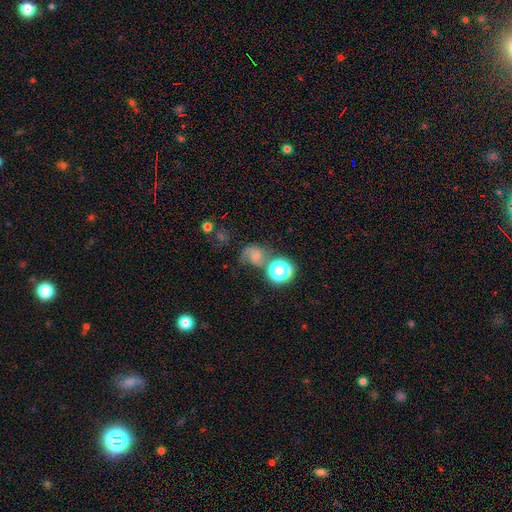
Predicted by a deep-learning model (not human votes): featured or disk 40%, smooth 38%, star or artifact 22%. Down the decision tree: merging — none (42%).